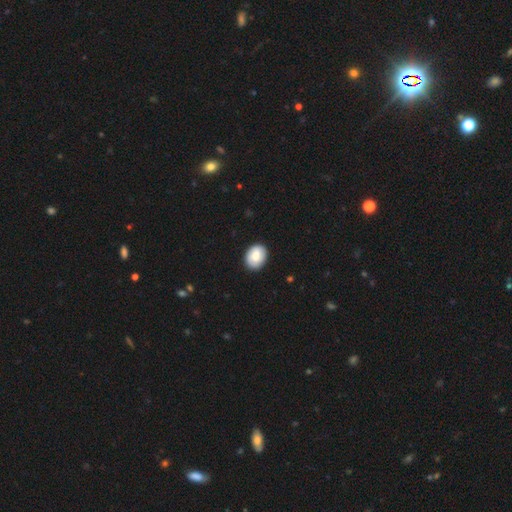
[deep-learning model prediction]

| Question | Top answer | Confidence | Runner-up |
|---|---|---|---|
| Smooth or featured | smooth | 74% | featured or disk (20%) |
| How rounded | in between | 62% | round (37%) |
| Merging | none | 87% | minor disturbance (10%) |